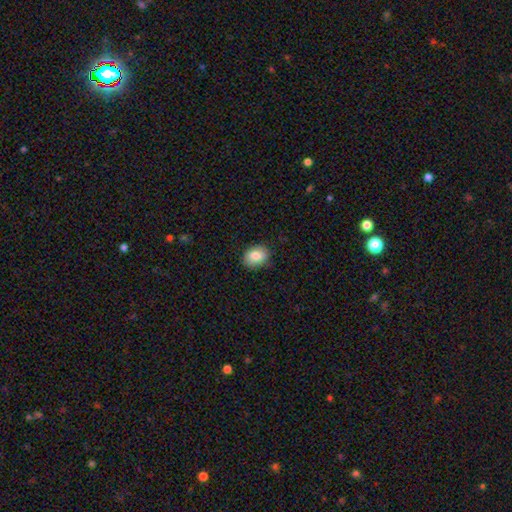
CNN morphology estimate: This appears to be a smooth galaxy with no disk features (84%) that is in between round and cigar-shaped (68%). Merging: none (84%).